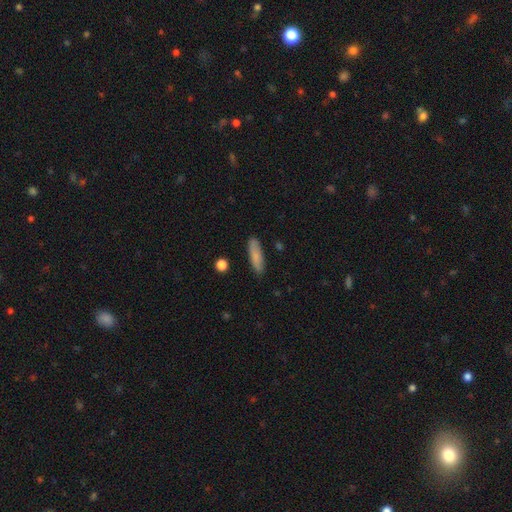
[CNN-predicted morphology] Smooth or featured: smooth — 82% (featured or disk — 11%)
How rounded: cigar-shaped — 60% (in between — 38%)
Merging: none — 87% (minor disturbance — 10%)